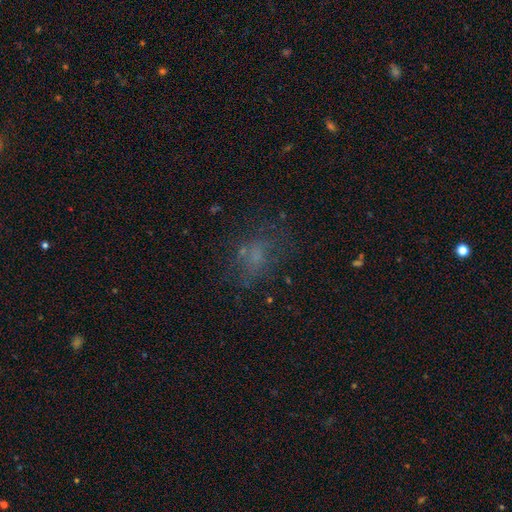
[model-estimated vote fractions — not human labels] Smooth or featured? Predicted: smooth (p=0.51). How rounded? Predicted: in between (p=0.67). Merging? Predicted: none (p=0.55).